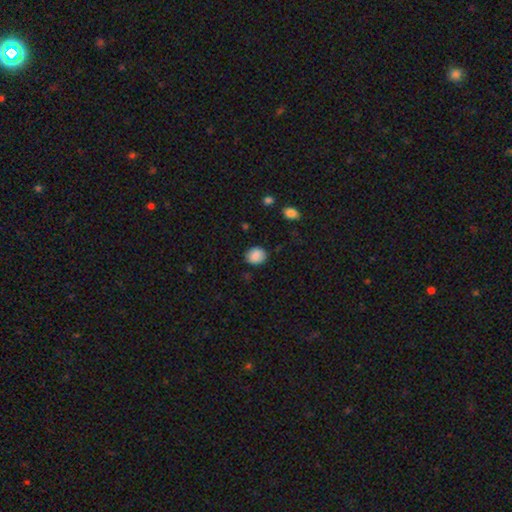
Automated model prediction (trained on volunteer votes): smooth-or-featured: smooth: 88% | star or artifact: 8% | featured or disk: 4%
  how-rounded: round: 71% | in between: 28% | cigar-shaped: 1%
  merging: none: 83% | minor disturbance: 13% | major disturbance: 3% | merger: 1%